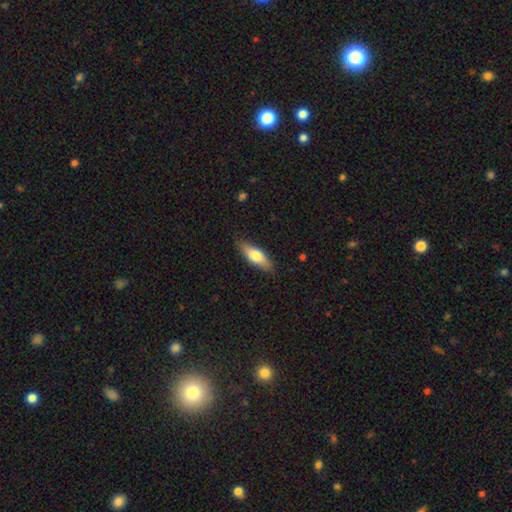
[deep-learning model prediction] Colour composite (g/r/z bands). It shows a smooth galaxy with no disk features (62%) that is in between round and cigar-shaped (57%). Merging: none (85%).